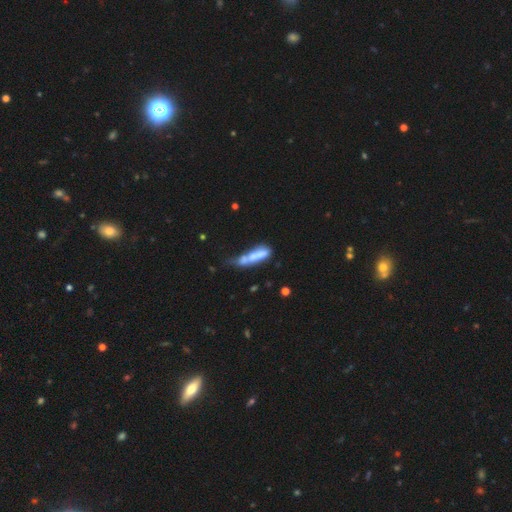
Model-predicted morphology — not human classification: smooth-or-featured: smooth: 58% | featured or disk: 33% | star or artifact: 9%
  how-rounded: cigar-shaped: 66% | in between: 31% | round: 2%
  merging: merger: 32% | none: 24% | minor disturbance: 24% | major disturbance: 20%